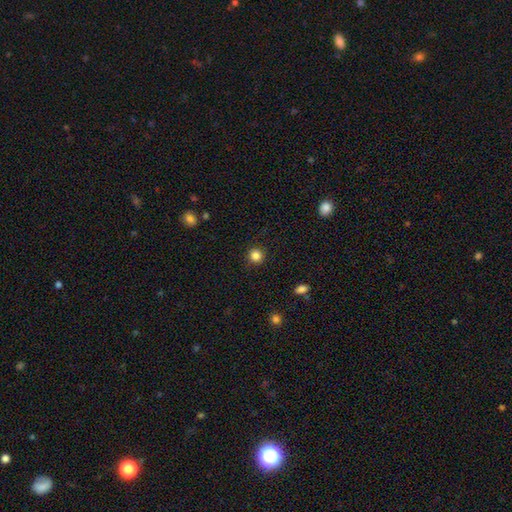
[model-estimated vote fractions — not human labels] Q: Smooth or featured?
A: smooth (85%); runner-up: star or artifact (12%)
Q: How rounded?
A: round (93%); runner-up: in between (6%)
Q: Merging?
A: none (91%); runner-up: minor disturbance (6%)